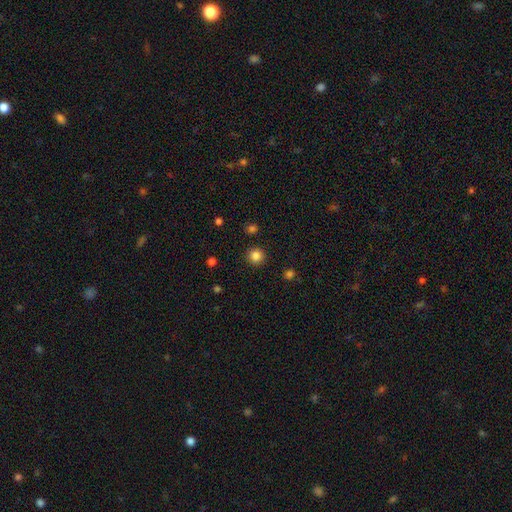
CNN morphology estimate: type=smooth (84%); roundness=round (94%); merging=none (92%).